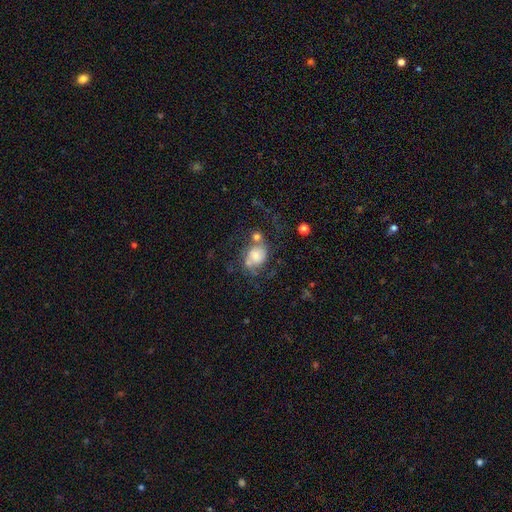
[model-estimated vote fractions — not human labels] Smooth or featured? smooth (47%)
Merging? none (34%)